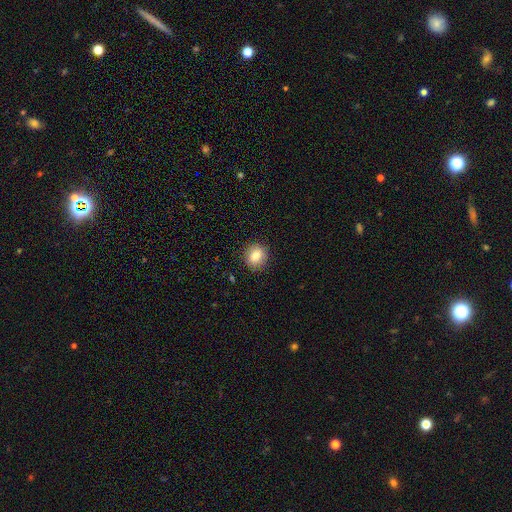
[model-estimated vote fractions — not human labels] smooth_or_featured: smooth (p=0.80) [alt: featured or disk p=0.11]
how_rounded: round (p=0.75) [alt: in between p=0.24]
merging: none (p=0.88) [alt: minor disturbance p=0.08]